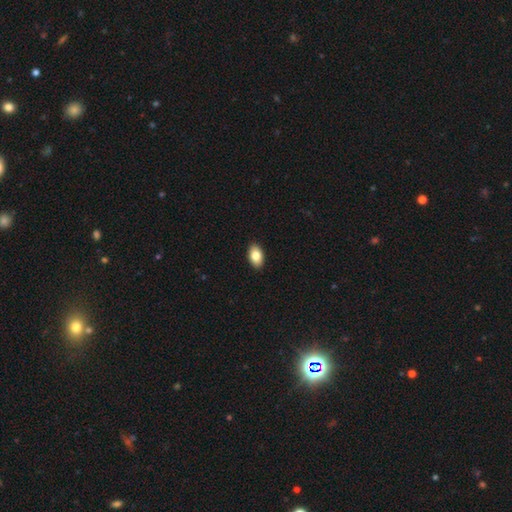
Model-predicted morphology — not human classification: Smooth or featured? smooth (83%)
How rounded? in between (93%)
Merging? none (91%)